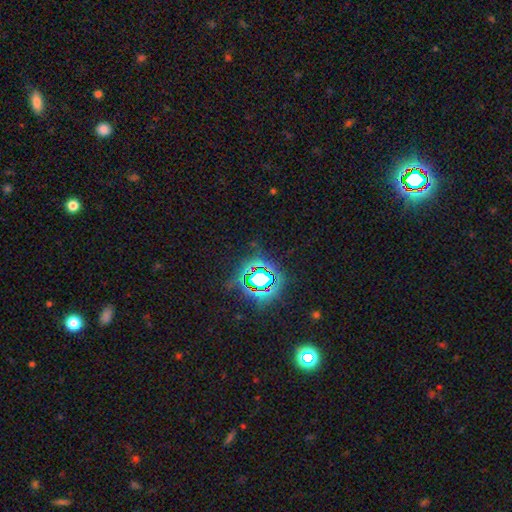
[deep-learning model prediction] Smooth or featured? Predicted: star or artifact (p=0.81).